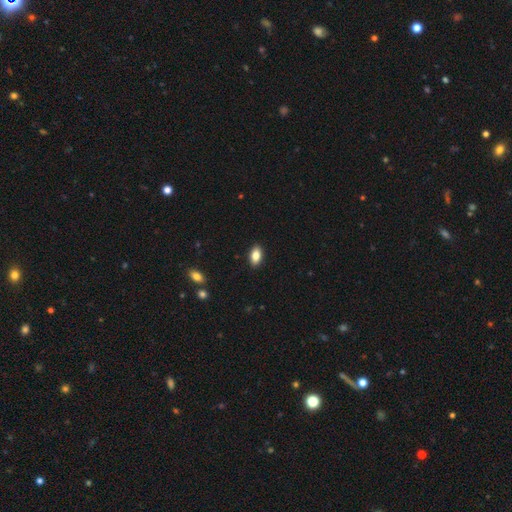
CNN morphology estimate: Smooth or featured? smooth (84%)
How rounded? in between (91%)
Merging? none (90%)